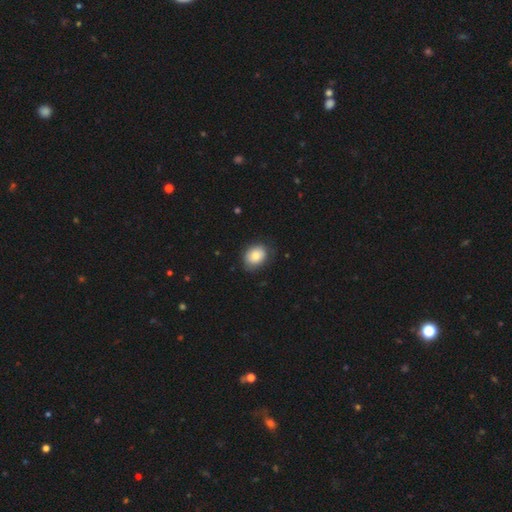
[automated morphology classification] smooth_or_featured: smooth (p=0.82) [alt: featured or disk p=0.11]
how_rounded: in between (p=0.56) [alt: round p=0.43]
merging: none (p=0.77) [alt: minor disturbance p=0.18]